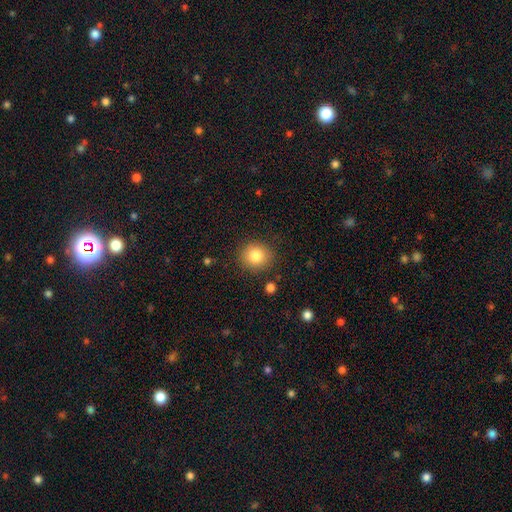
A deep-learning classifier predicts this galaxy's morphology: Smooth or featured? smooth (83%)
How rounded? round (85%)
Merging? none (87%)